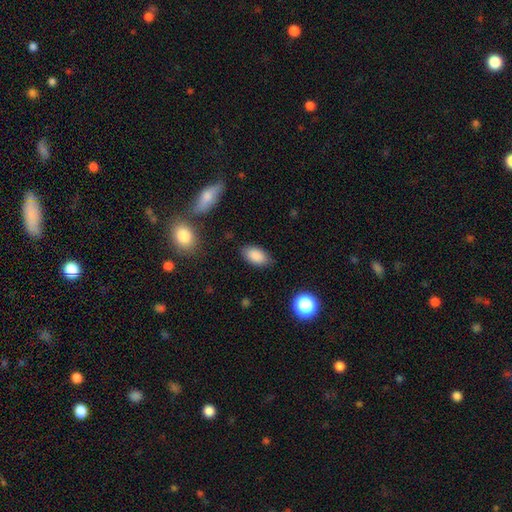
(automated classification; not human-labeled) A smooth galaxy with no disk features (87%) that is in between round and cigar-shaped (93%). Merging: none (82%).